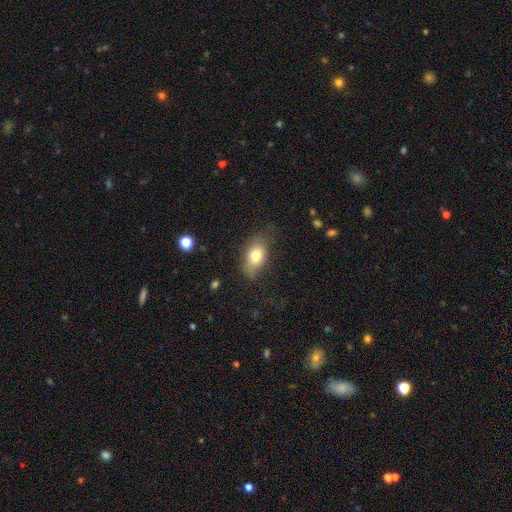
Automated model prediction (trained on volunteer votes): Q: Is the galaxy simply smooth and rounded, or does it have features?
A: smooth — 77%.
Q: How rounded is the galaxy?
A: in between — 87%.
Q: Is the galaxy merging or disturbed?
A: none — 61%.